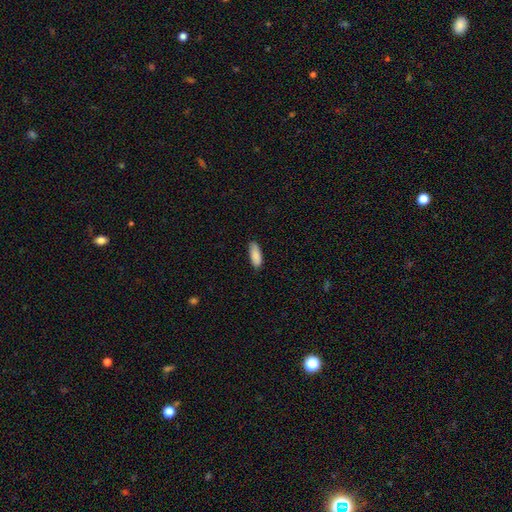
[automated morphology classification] This is clearly a smooth galaxy (89%). How rounded: likely in between (74%). Merging: likely none (80%).